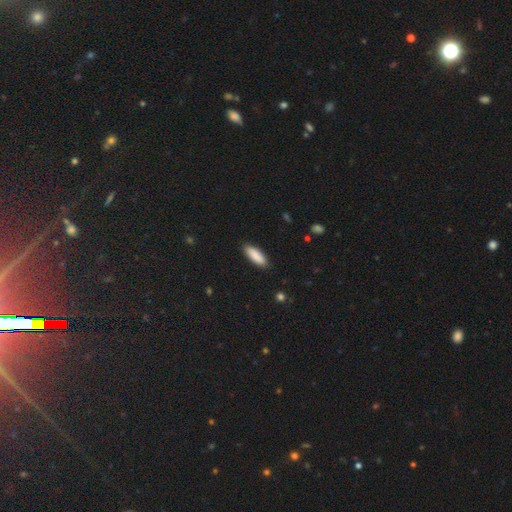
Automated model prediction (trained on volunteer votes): Smooth or featured?
  - smooth: 89% *
  - star or artifact: 6%
  - featured or disk: 6%
How rounded?
  - in between: 58% *
  - cigar-shaped: 41%
  - round: 2%
Merging?
  - none: 89% *
  - minor disturbance: 8%
  - major disturbance: 2%
  - merger: 1%